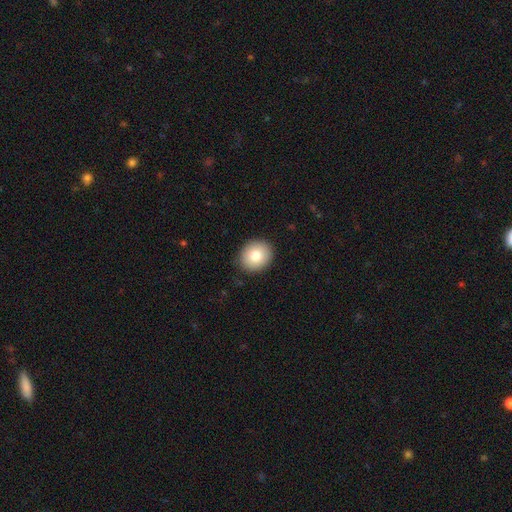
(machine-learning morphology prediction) Smooth or featured? smooth (82%)
How rounded? round (69%)
Merging? none (89%)